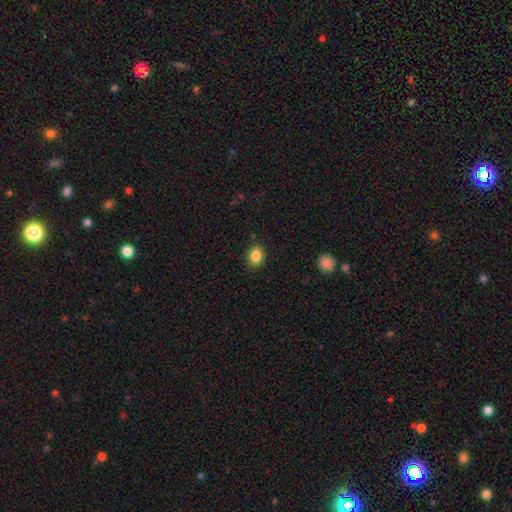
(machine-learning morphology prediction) Smooth or featured?
  - smooth: 85% *
  - star or artifact: 10%
  - featured or disk: 5%
How rounded?
  - in between: 50% *
  - round: 49%
  - cigar-shaped: 1%
Merging?
  - none: 86% *
  - minor disturbance: 10%
  - major disturbance: 2%
  - merger: 1%